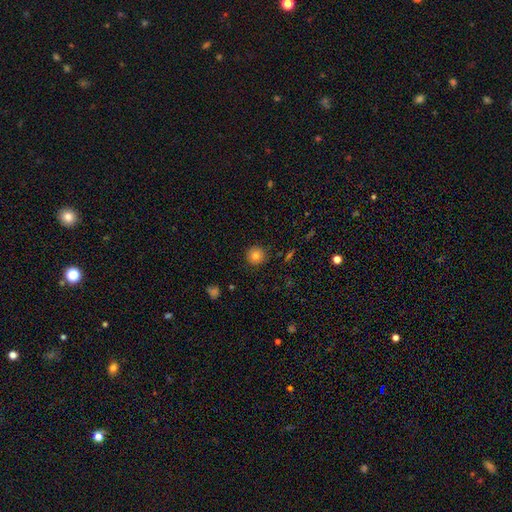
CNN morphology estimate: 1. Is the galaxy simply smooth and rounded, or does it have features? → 81% smooth, 11% star or artifact, 8% featured or disk.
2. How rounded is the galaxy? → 94% round, 5% in between, 1% cigar-shaped.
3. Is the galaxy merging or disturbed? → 90% none, 7% minor disturbance, 2% major disturbance, 1% merger.